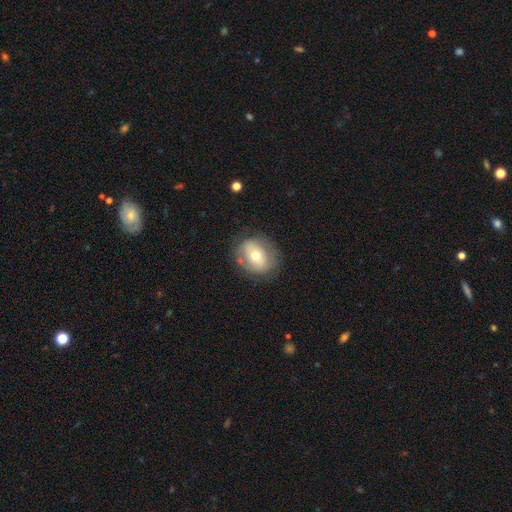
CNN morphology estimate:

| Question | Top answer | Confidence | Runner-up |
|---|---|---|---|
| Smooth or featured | smooth | 53% | featured or disk (38%) |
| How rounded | round | 56% | in between (42%) |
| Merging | none | 73% | minor disturbance (17%) |